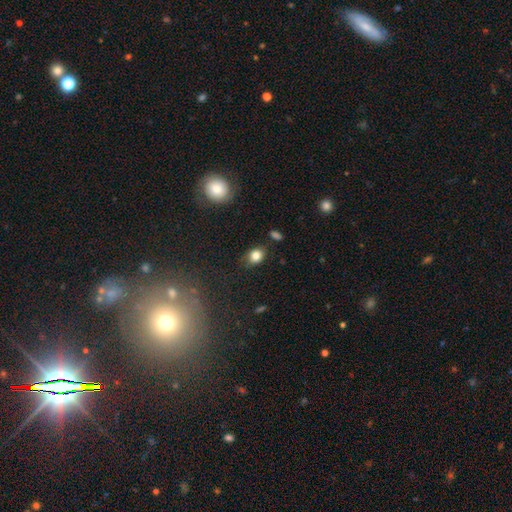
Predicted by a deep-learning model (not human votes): smooth-or-featured: smooth: 82% | star or artifact: 11% | featured or disk: 8%
  how-rounded: in between: 50% | round: 49% | cigar-shaped: 1%
  merging: none: 75% | minor disturbance: 18% | major disturbance: 4% | merger: 3%